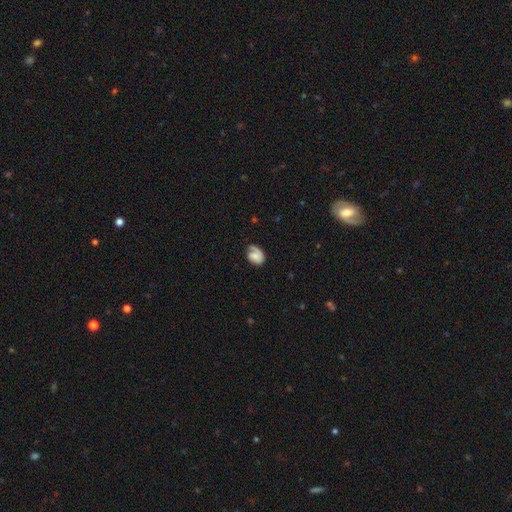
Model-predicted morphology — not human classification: smooth_or_featured: smooth (p=0.50) [alt: featured or disk p=0.42]
how_rounded: in between (p=0.68) [alt: round p=0.31]
merging: none (p=0.47) [alt: minor disturbance p=0.29]